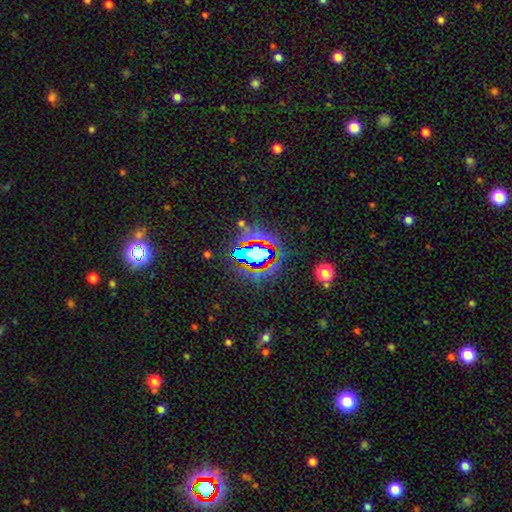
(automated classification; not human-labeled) Smooth or featured? Predicted: star or artifact (p=0.62).